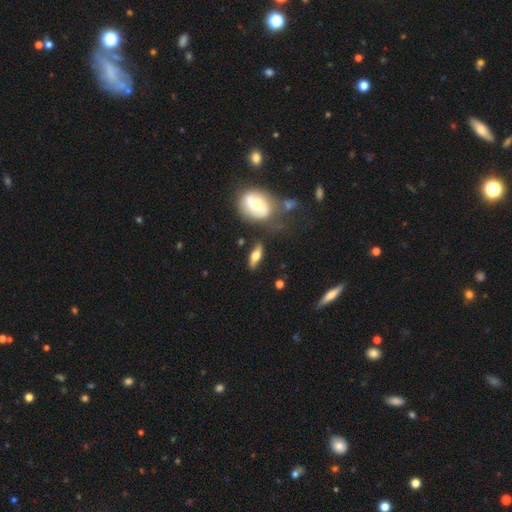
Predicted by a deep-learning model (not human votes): This is possibly a featured or disk galaxy (50%). It is likely viewed edge-on (71%). Merging: likely none (74%).